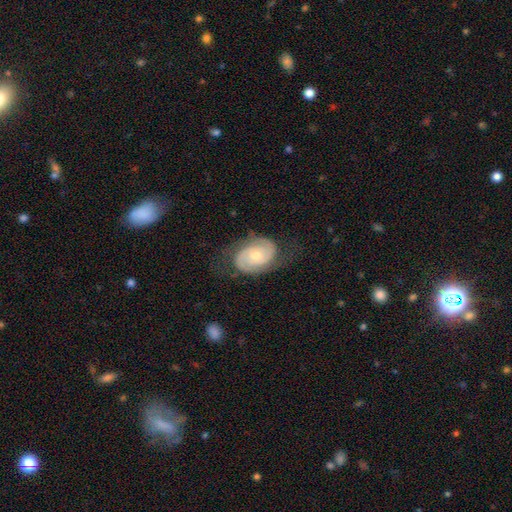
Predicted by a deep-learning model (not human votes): Q: Smooth or featured?
A: featured or disk (77%); runner-up: smooth (17%)
Q: Edge-on disk?
A: no (97%); runner-up: yes (3%)
Q: Bar?
A: no (62%); runner-up: weak (32%)
Q: Spiral arms?
A: yes (93%); runner-up: no (7%)
Q: Spiral winding?
A: tight (45%); runner-up: medium (40%)
Q: Spiral arm count?
A: 2 (84%); runner-up: can't tell (9%)
Q: Bulge size?
A: moderate (57%); runner-up: small (36%)
Q: Merging?
A: none (68%); runner-up: minor disturbance (19%)